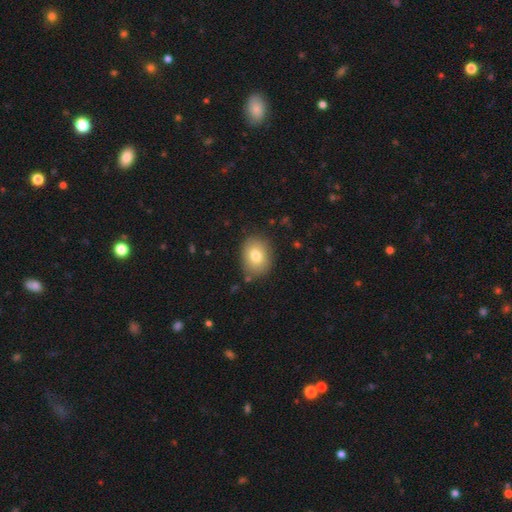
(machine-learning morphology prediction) This is likely a smooth galaxy (78%). How rounded: likely in between (66%). Merging: clearly none (82%).